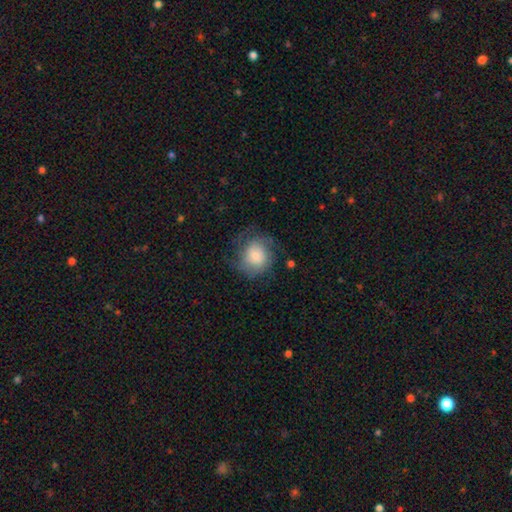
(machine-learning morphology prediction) A smooth galaxy with no disk features (56%) that is round (80%).

Vote fractions:
- Smooth or featured? smooth: 56% / featured or disk: 36% / star or artifact: 9%
- How rounded? round: 80% / in between: 19% / cigar-shaped: 1%
- Merging? none: 59% / minor disturbance: 22% / major disturbance: 17% / merger: 1%